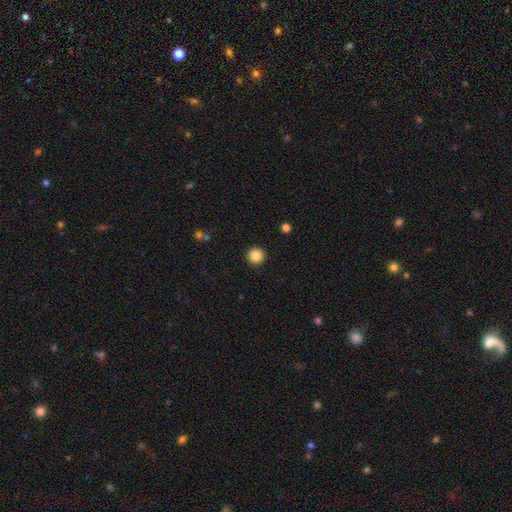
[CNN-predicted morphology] A smooth galaxy with no disk features (87%) that is round (96%).

Vote fractions:
- Smooth or featured? smooth: 87% / star or artifact: 10% / featured or disk: 3%
- How rounded? round: 96% / in between: 3% / cigar-shaped: 1%
- Merging? none: 93% / minor disturbance: 4% / major disturbance: 2% / merger: 1%